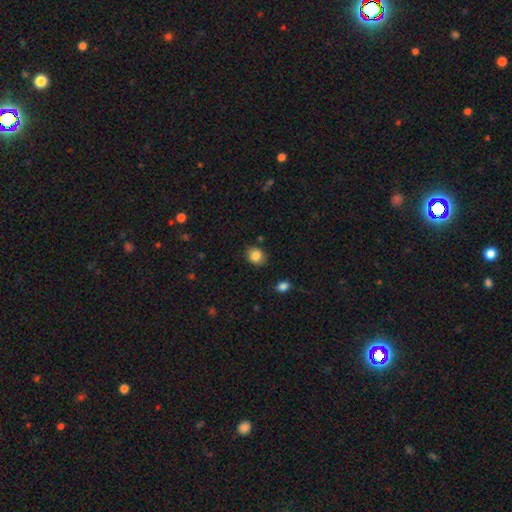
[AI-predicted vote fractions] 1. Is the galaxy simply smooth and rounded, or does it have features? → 83% smooth, 9% star or artifact, 7% featured or disk.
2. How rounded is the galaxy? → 59% round, 40% in between, 1% cigar-shaped.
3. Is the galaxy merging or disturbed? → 84% none, 12% minor disturbance, 3% major disturbance, 2% merger.